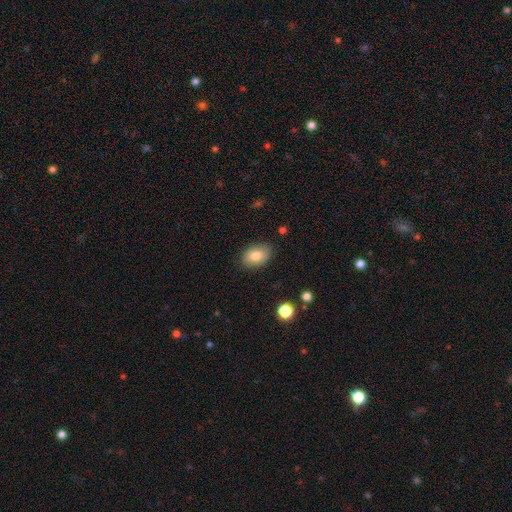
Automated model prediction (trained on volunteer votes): Q: Smooth or featured?
A: smooth (81%); runner-up: featured or disk (11%)
Q: How rounded?
A: in between (84%); runner-up: round (15%)
Q: Merging?
A: none (84%); runner-up: minor disturbance (12%)